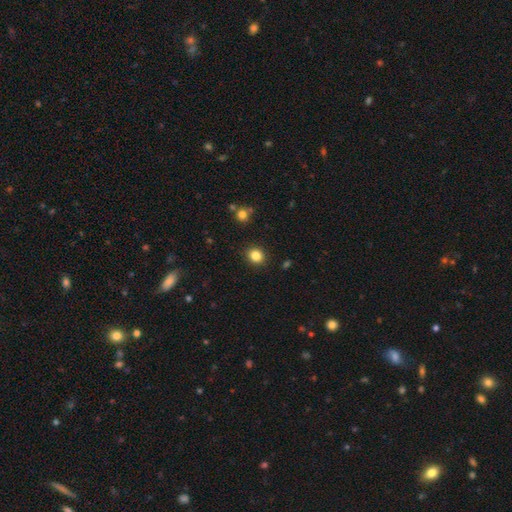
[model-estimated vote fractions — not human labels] A smooth galaxy with no disk features (84%) that is round (78%). Merging: none (90%).